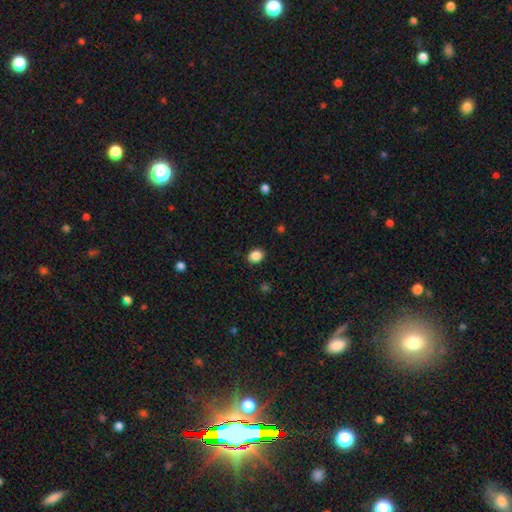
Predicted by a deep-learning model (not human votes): smooth 87%, star or artifact 10%, featured or disk 4%. Down the decision tree: how rounded — round (51%); merging — none (88%).